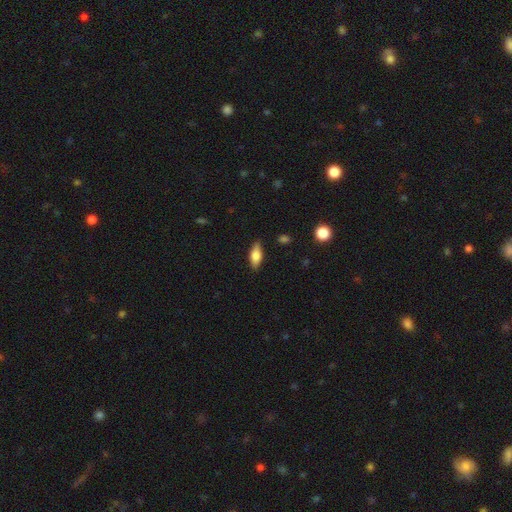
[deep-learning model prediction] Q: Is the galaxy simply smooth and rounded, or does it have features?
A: smooth — 66%.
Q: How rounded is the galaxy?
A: in between — 73%.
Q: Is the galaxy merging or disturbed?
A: none — 85%.